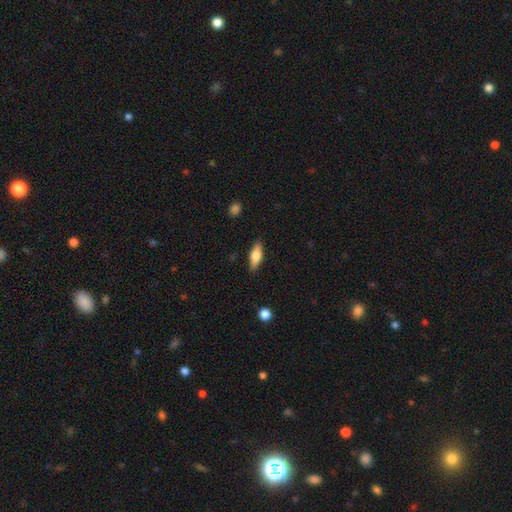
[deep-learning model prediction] Smooth or featured? Predicted: smooth (p=0.70). How rounded? Predicted: in between (p=0.61). Merging? Predicted: none (p=0.86).